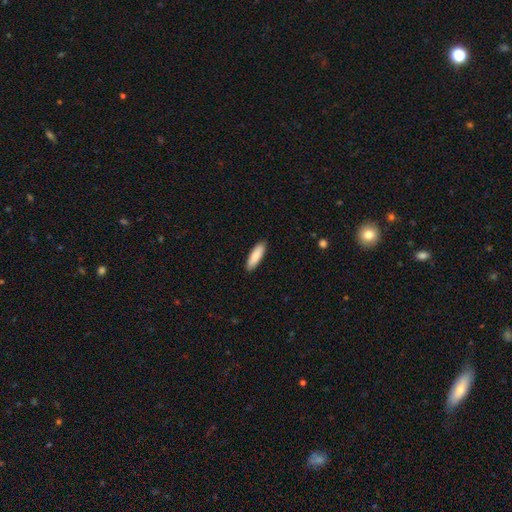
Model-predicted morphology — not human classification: Smooth or featured?
  - smooth: 88% *
  - featured or disk: 6%
  - star or artifact: 5%
How rounded?
  - cigar-shaped: 53% *
  - in between: 45%
  - round: 1%
Merging?
  - none: 90% *
  - minor disturbance: 7%
  - major disturbance: 1%
  - merger: 1%